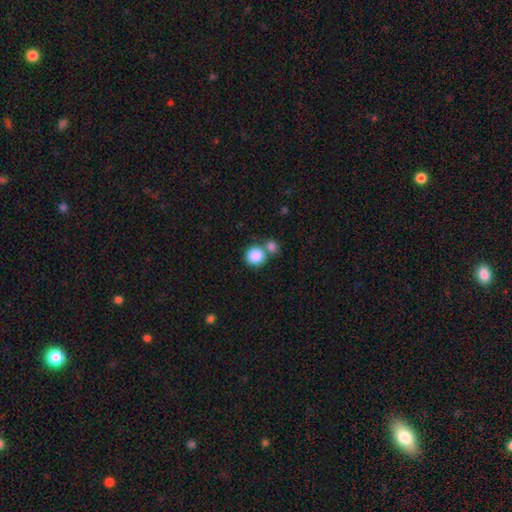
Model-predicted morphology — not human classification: Overall: smooth (86%). How rounded: round (89%). Merging: none (55%; merger 34%).